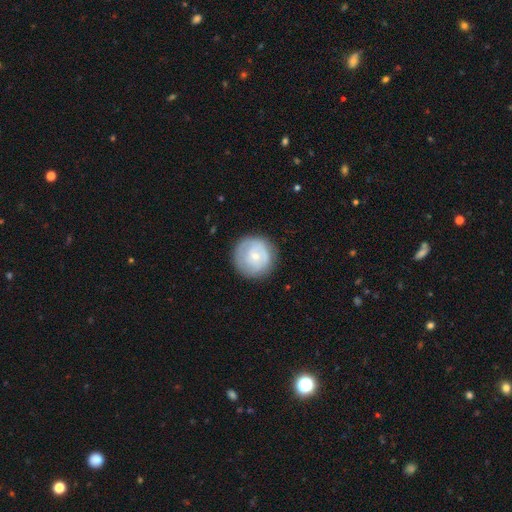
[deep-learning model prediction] smooth-or-featured: featured or disk: 49% | smooth: 45% | star or artifact: 6%
  merging: none: 81% | minor disturbance: 13% | major disturbance: 5% | merger: 1%